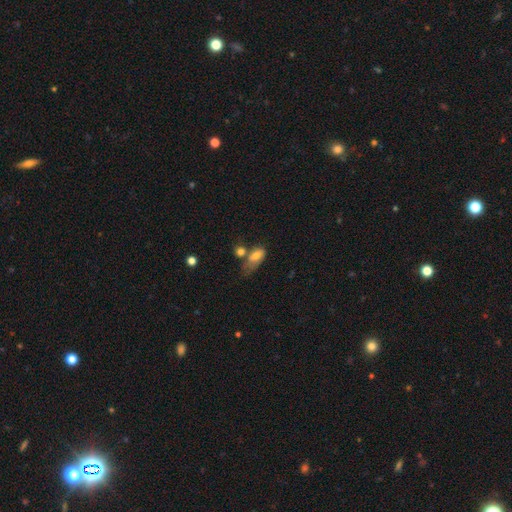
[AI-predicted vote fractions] Smooth or featured? smooth (74%)
How rounded? in between (85%)
Merging? merger (28%)